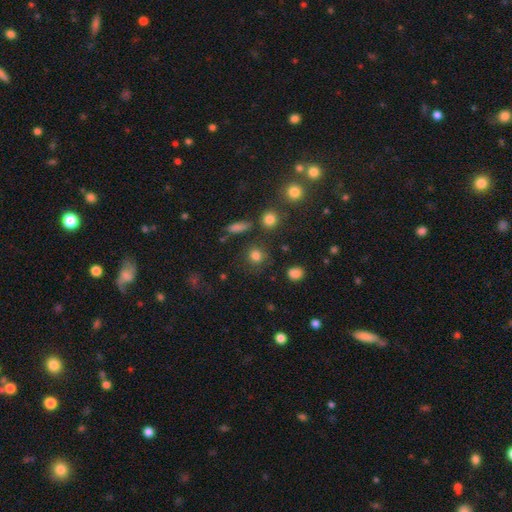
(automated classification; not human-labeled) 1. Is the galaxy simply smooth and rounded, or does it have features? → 80% smooth, 14% star or artifact, 6% featured or disk.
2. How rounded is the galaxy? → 86% round, 12% in between, 1% cigar-shaped.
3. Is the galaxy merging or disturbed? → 79% none, 11% minor disturbance, 5% merger, 4% major disturbance.